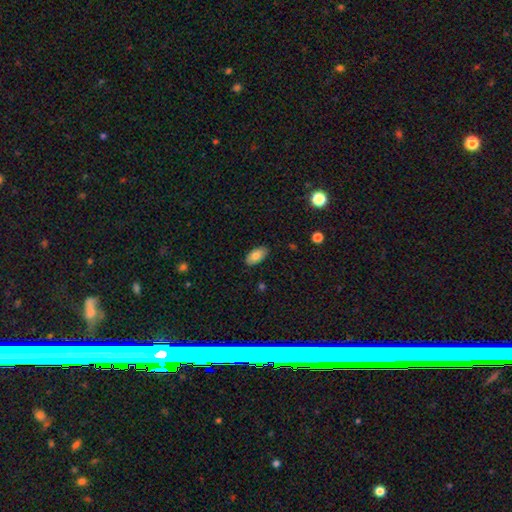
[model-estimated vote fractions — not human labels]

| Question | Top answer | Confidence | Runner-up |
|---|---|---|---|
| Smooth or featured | smooth | 80% | featured or disk (13%) |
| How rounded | in between | 94% | cigar-shaped (3%) |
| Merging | none | 85% | minor disturbance (12%) |